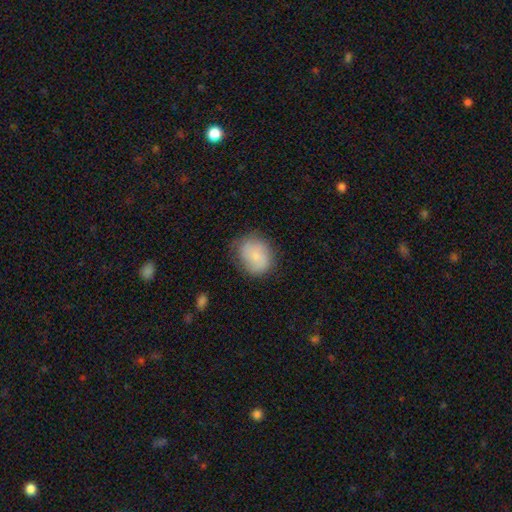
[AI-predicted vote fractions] Smooth or featured? smooth (71%)
How rounded? round (64%)
Merging? none (71%)